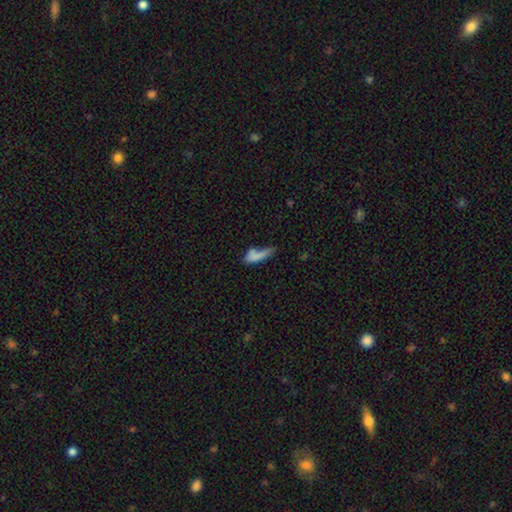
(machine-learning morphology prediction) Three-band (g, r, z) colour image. It shows a smooth galaxy with no disk features (72%) that is in between round and cigar-shaped (51%). Merging: none (31%).